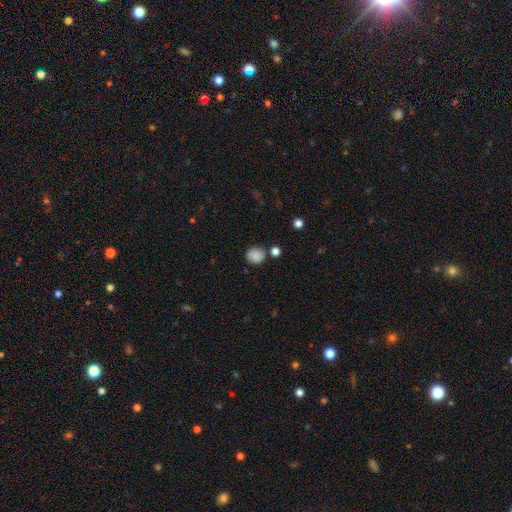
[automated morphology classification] This is clearly a smooth galaxy (85%). How rounded: clearly round (82%). Merging: likely none (76%).